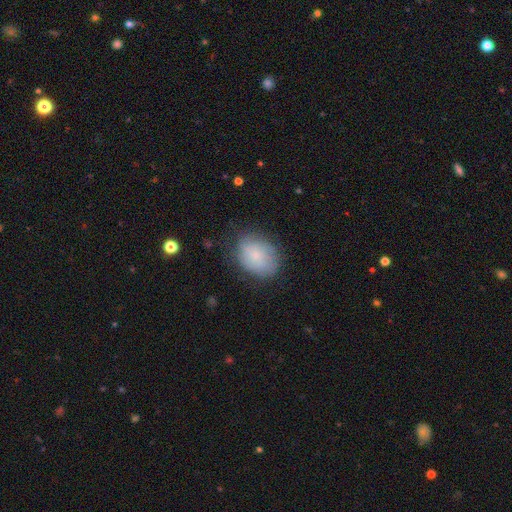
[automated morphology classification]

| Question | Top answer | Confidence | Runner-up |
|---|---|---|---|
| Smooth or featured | smooth | 70% | featured or disk (22%) |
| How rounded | in between | 69% | round (30%) |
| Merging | none | 70% | minor disturbance (22%) |